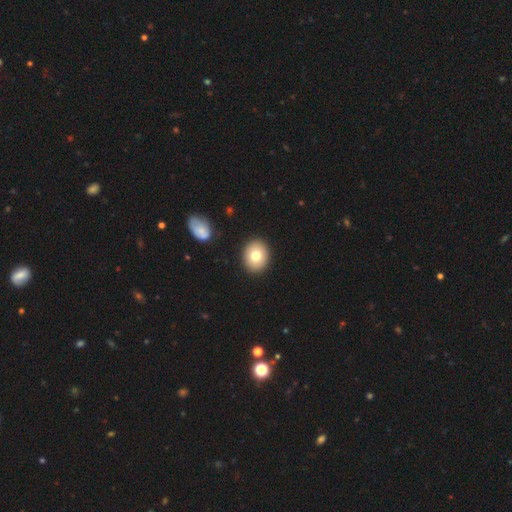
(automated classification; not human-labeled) This appears to be a smooth galaxy with no disk features (78%) that is round (59%). Merging: none (90%).